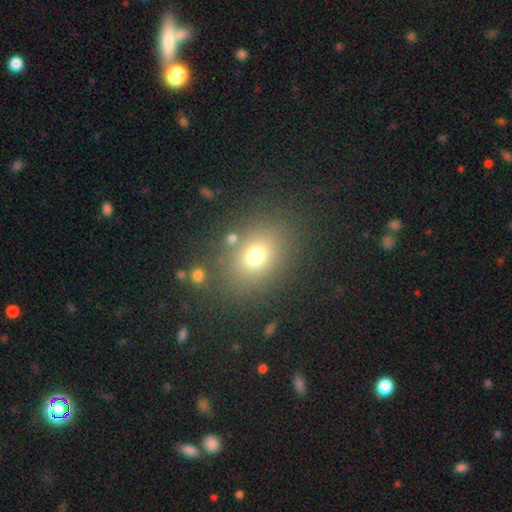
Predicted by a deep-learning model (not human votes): smooth_or_featured: smooth (p=0.72) [alt: star or artifact p=0.16]
how_rounded: in between (p=0.55) [alt: round p=0.44]
merging: none (p=0.80) [alt: minor disturbance p=0.10]